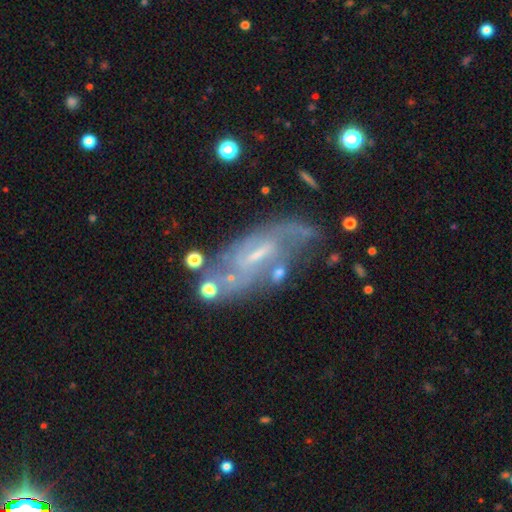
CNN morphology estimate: Smooth or featured? Predicted: featured or disk (p=0.77). Edge-on disk? Predicted: no (p=0.89). Bar? Predicted: weak (p=0.50). Spiral arms? Predicted: yes (p=0.83). Spiral winding? Predicted: medium (p=0.40). Spiral arm count? Predicted: 2 (p=0.47). Bulge size? Predicted: small (p=0.60). Merging? Predicted: none (p=0.59).